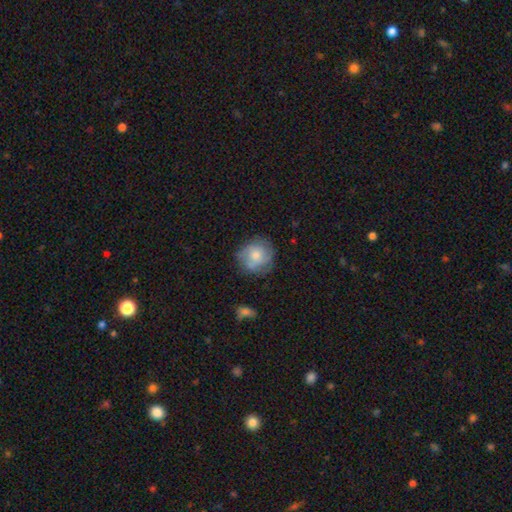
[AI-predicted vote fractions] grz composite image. It shows a smooth galaxy with no disk features (62%) that is round (86%). Merging: none (65%).